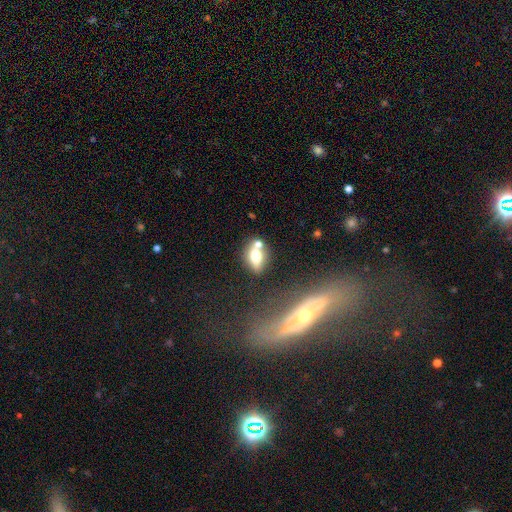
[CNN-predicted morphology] A smooth galaxy with no disk features (64%) that is in between round and cigar-shaped (76%).

Vote fractions:
- Smooth or featured? smooth: 64% / featured or disk: 25% / star or artifact: 11%
- How rounded? in between: 76% / round: 17% / cigar-shaped: 7%
- Merging? none: 51% / merger: 31% / minor disturbance: 13% / major disturbance: 5%